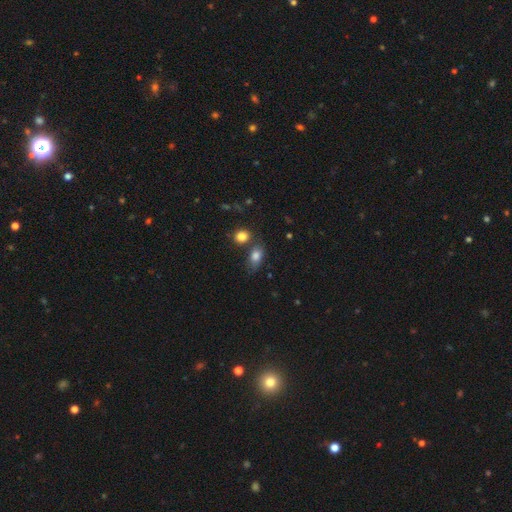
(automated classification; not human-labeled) Q: Smooth or featured?
A: smooth (81%); runner-up: star or artifact (10%)
Q: How rounded?
A: in between (79%); runner-up: round (18%)
Q: Merging?
A: none (56%); runner-up: merger (20%)